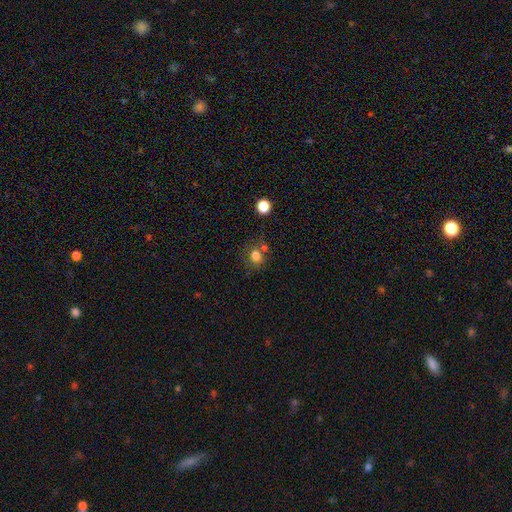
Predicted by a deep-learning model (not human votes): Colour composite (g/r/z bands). It shows a smooth galaxy with no disk features (77%) that is round (67%). Merging: none (57%).